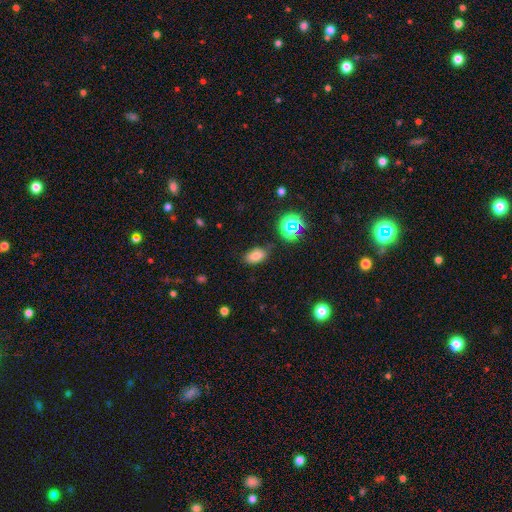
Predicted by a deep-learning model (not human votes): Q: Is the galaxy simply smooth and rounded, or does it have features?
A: smooth — 73%.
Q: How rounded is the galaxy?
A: in between — 89%.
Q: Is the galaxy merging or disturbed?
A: none — 79%.